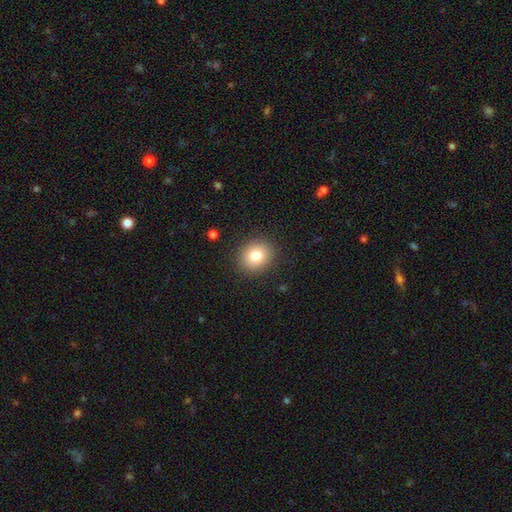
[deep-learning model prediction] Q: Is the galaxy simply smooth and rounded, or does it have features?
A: smooth — 81%.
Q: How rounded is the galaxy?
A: round — 74%.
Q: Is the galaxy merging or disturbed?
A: none — 89%.